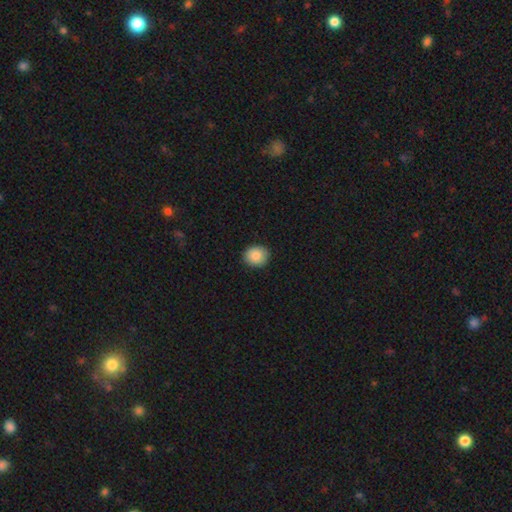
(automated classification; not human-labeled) smooth 89%, star or artifact 8%, featured or disk 4%. Down the decision tree: how rounded — round (77%); merging — none (90%).